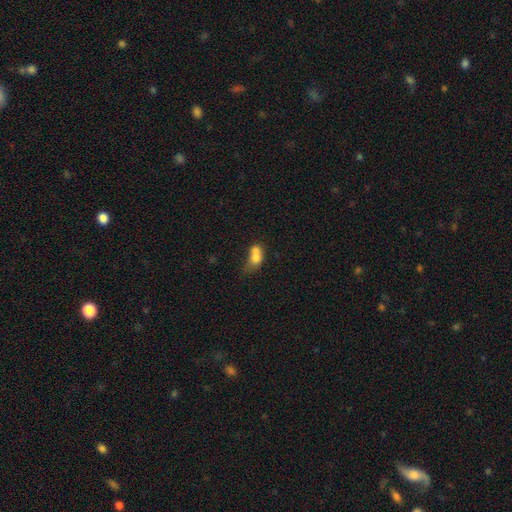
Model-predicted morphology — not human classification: This appears to be a smooth galaxy with no disk features (69%) that is in between round and cigar-shaped (64%). Merging: merger (63%).